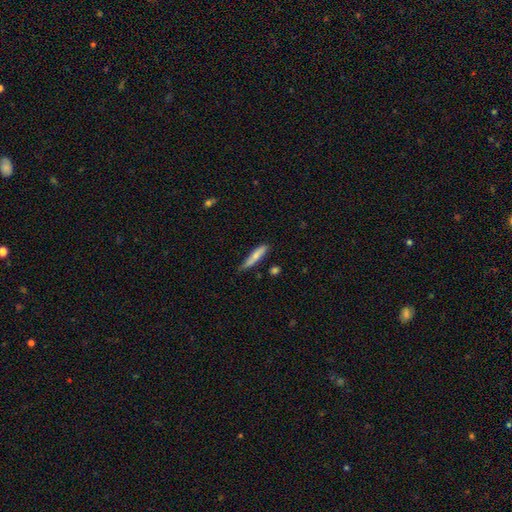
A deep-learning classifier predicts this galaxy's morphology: Overall: smooth (71%). How rounded: cigar-shaped (82%). Merging: none (59%; minor disturbance 32%).